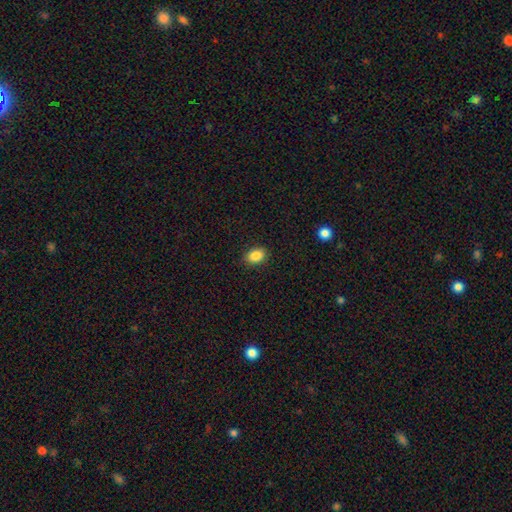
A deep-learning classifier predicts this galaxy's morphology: A smooth galaxy with no disk features (87%) that is in between round and cigar-shaped (80%). Merging: none (89%).